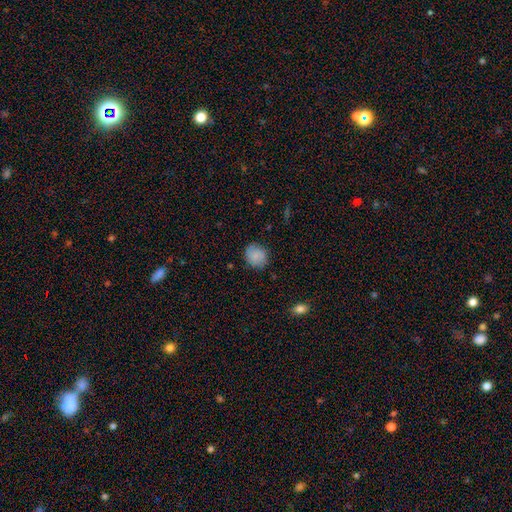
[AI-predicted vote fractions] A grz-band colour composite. It shows a smooth galaxy with no disk features (80%) that is round (74%). Merging: none (81%).